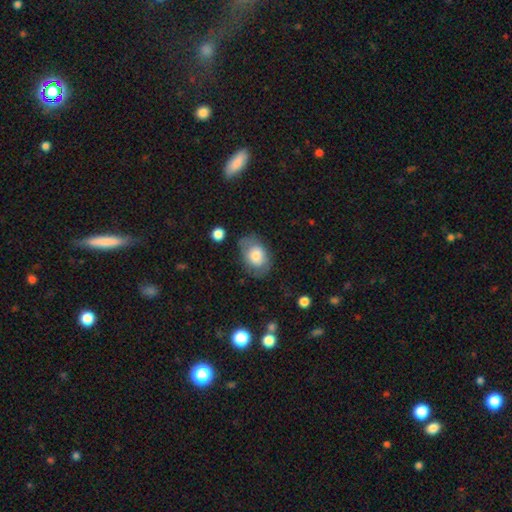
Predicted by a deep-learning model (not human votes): A smooth galaxy with no disk features (74%) that is in between round and cigar-shaped (80%).

Vote fractions:
- Smooth or featured? smooth: 74% / featured or disk: 19% / star or artifact: 7%
- How rounded? in between: 80% / round: 19% / cigar-shaped: 1%
- Merging? none: 65% / minor disturbance: 23% / major disturbance: 9% / merger: 3%